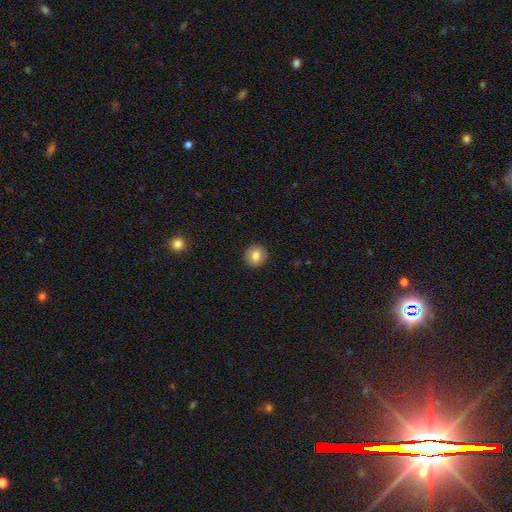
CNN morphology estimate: smooth_or_featured: smooth (p=0.77) [alt: featured or disk p=0.14]
how_rounded: round (p=0.92) [alt: in between p=0.07]
merging: none (p=0.92) [alt: minor disturbance p=0.06]